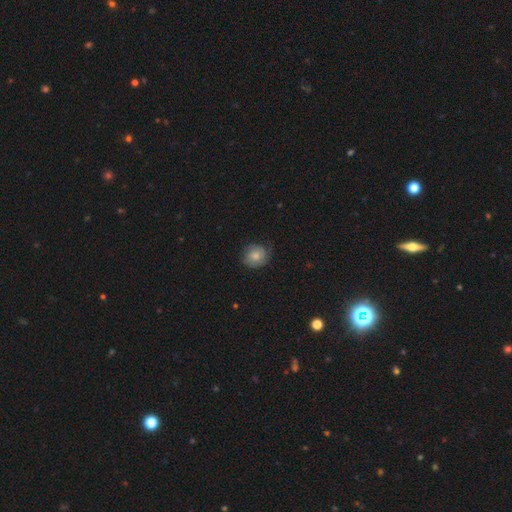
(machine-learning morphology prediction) Smooth or featured: smooth — 62% (featured or disk — 30%)
How rounded: round — 80% (in between — 19%)
Merging: none — 68% (minor disturbance — 24%)